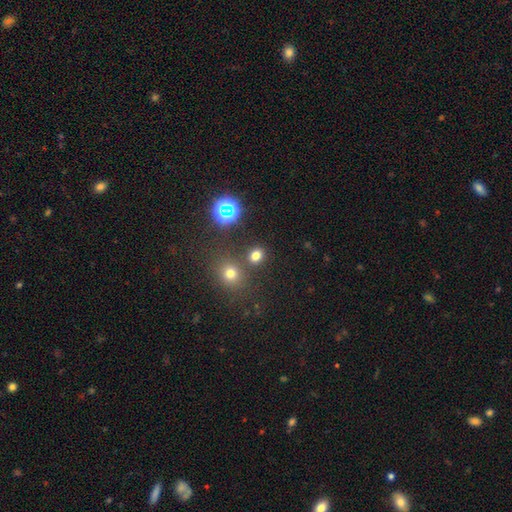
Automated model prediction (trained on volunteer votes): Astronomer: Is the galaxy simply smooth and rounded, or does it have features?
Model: smooth — 70%.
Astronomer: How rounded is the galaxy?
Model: round — 67%.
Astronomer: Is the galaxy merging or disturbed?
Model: none — 78%.